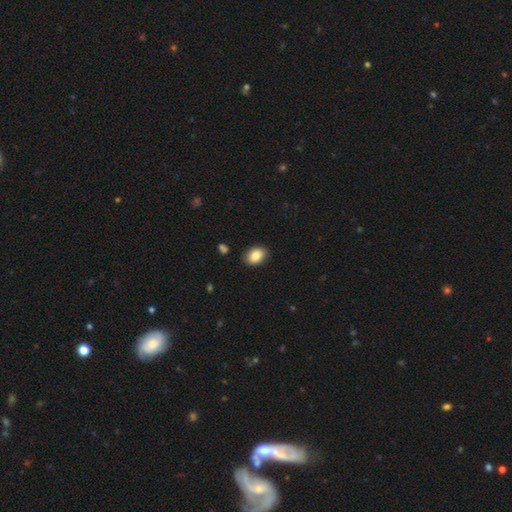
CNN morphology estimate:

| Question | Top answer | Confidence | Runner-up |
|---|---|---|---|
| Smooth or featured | smooth | 87% | star or artifact (7%) |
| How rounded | in between | 77% | round (22%) |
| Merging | none | 87% | minor disturbance (10%) |